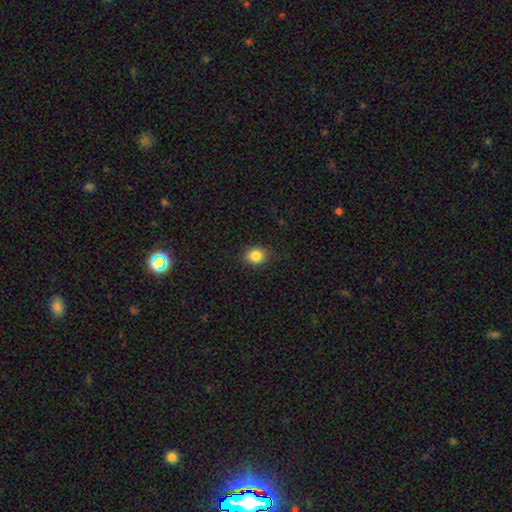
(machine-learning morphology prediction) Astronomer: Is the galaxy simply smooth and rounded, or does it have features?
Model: smooth — 84%.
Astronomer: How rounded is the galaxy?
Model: round — 69%.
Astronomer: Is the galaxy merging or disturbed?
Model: none — 86%.